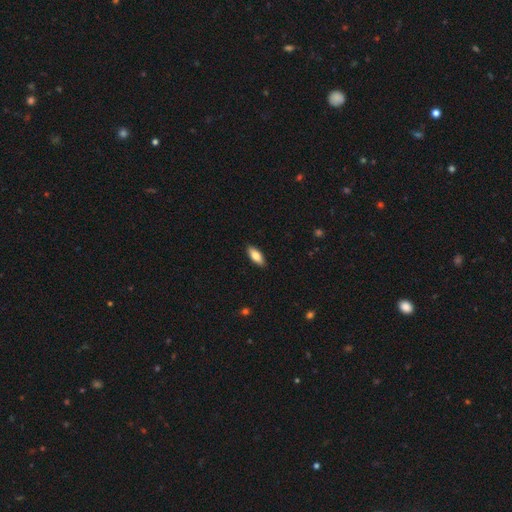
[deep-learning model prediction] This is likely a smooth galaxy (78%). How rounded: likely in between (78%). Merging: clearly none (90%).